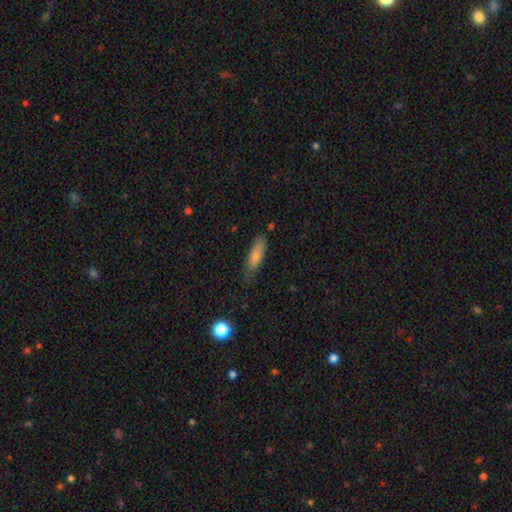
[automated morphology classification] Smooth or featured: smooth — 79% (featured or disk — 15%)
How rounded: cigar-shaped — 52% (in between — 47%)
Merging: none — 74% (minor disturbance — 20%)